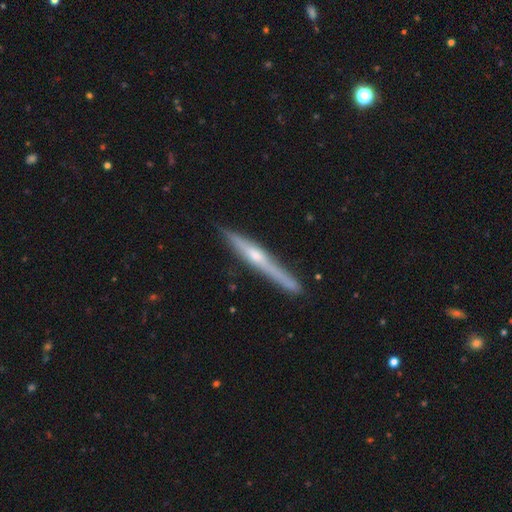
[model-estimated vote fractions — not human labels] The model was most divided on "smooth or featured": featured or disk: 72%, smooth: 22%, star or artifact: 6%. More confident: edge-on disk — yes (97%); merging — none (85%); edge-on bulge — rounded (73%).